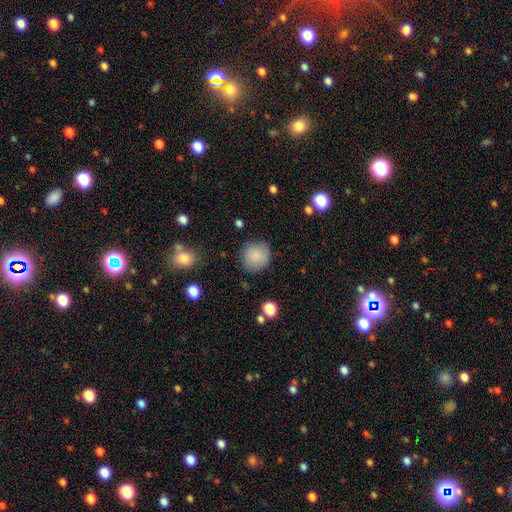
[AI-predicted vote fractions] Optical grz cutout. It shows a smooth galaxy with no disk features (86%) that is round (88%). Merging: none (84%).